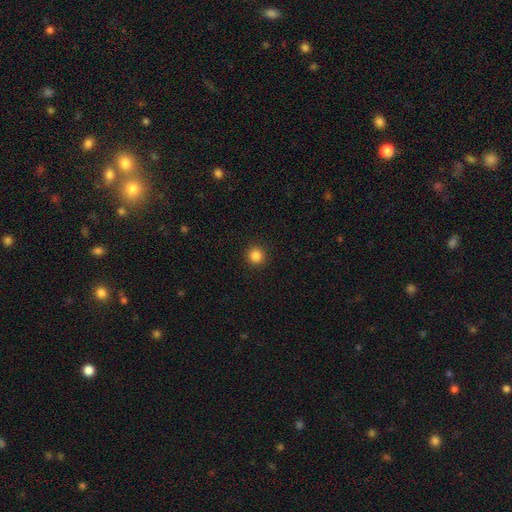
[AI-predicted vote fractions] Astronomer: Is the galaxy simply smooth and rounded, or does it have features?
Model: smooth — 85%.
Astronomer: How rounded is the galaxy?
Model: round — 95%.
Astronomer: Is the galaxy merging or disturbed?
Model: none — 93%.